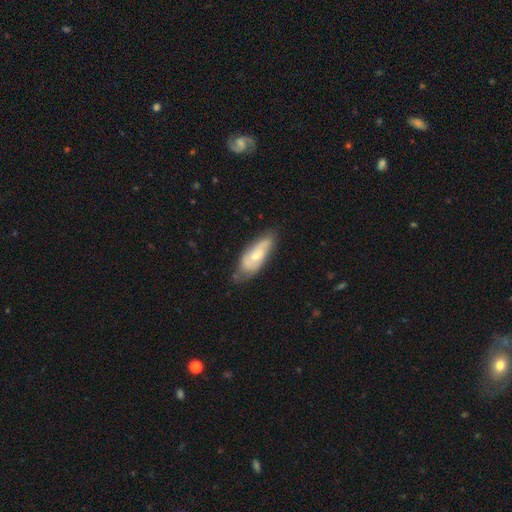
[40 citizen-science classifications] This appears to be a smooth galaxy with no disk features (65%) that is cigar-shaped (54%). Merging: none (48%).